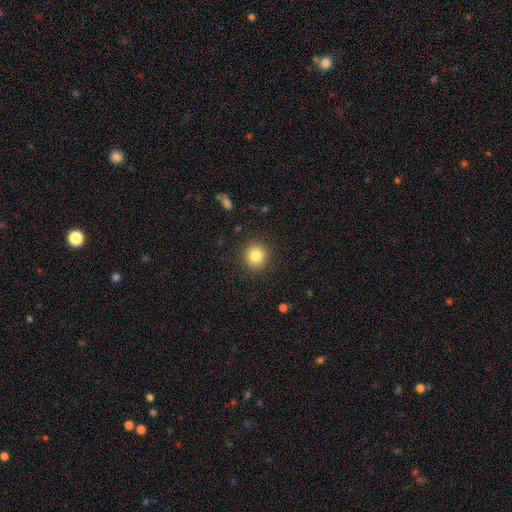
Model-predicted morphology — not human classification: smooth_or_featured: smooth (p=0.83) [alt: star or artifact p=0.10]
how_rounded: round (p=0.92) [alt: in between p=0.07]
merging: none (p=0.90) [alt: minor disturbance p=0.07]